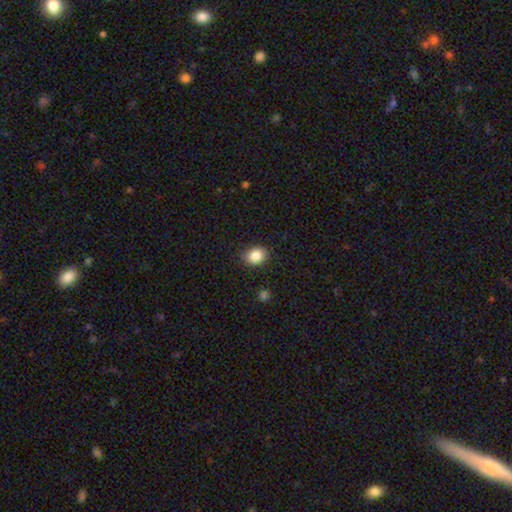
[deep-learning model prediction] The model was most divided on "how rounded": in between: 50%, round: 49%, cigar-shaped: 1%. More confident: smooth or featured — smooth (87%); merging — none (86%).